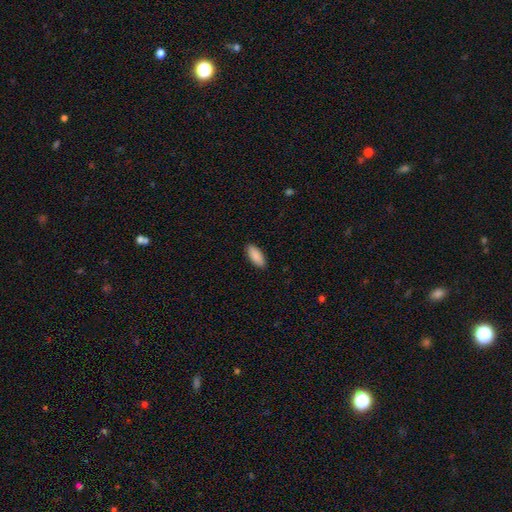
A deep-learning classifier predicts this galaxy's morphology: smooth-or-featured: smooth: 90% | star or artifact: 6% | featured or disk: 5%
  how-rounded: in between: 82% | cigar-shaped: 16% | round: 2%
  merging: none: 90% | minor disturbance: 8% | major disturbance: 2% | merger: 1%